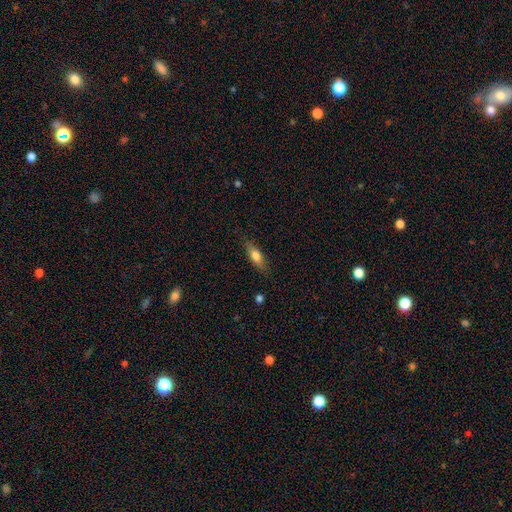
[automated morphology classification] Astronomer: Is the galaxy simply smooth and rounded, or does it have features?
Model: smooth — 73%.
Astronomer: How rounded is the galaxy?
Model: in between — 60% (runner-up: cigar-shaped, 37%).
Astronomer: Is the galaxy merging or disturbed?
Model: none — 82%.